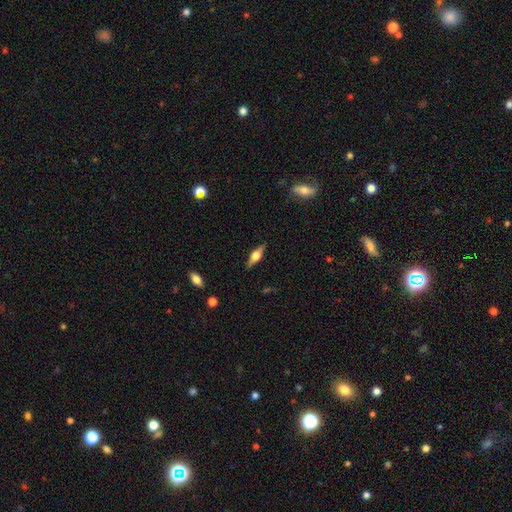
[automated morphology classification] Smooth or featured? featured or disk (68%)
Edge-on disk? yes (95%)
Edge-on bulge? rounded (90%)
Merging? none (87%)